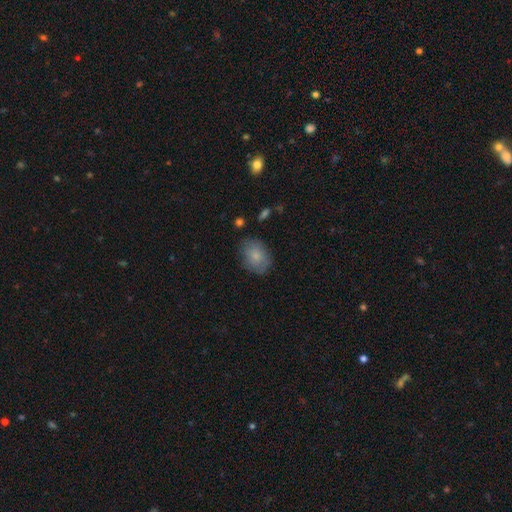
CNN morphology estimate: Smooth or featured? smooth (82%)
How rounded? in between (75%)
Merging? none (77%)